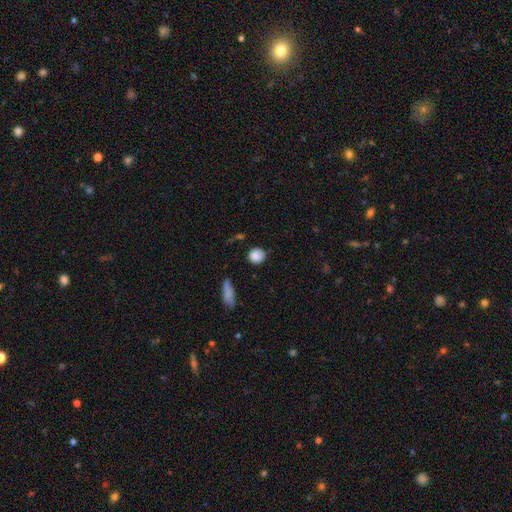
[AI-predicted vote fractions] This is clearly a smooth galaxy (85%). How rounded: clearly round (84%). Merging: likely none (75%).